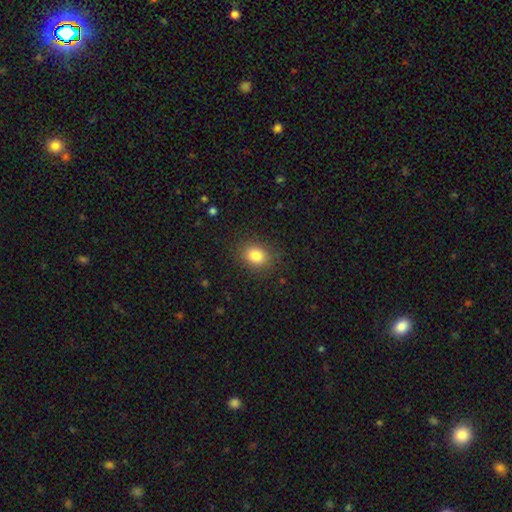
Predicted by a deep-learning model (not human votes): This is clearly a smooth galaxy (83%). How rounded: possibly round (54%). Merging: clearly none (87%).